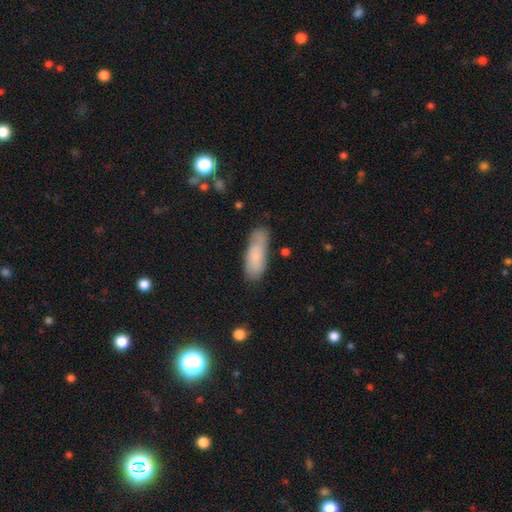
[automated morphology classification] type=smooth (74%); roundness=in between (64%); merging=none (67%).